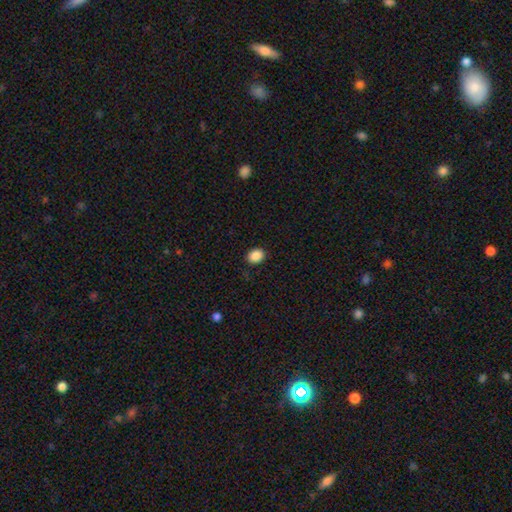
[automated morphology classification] Overall: smooth (88%). How rounded: in between (52%; round 48%). Merging: none (91%).